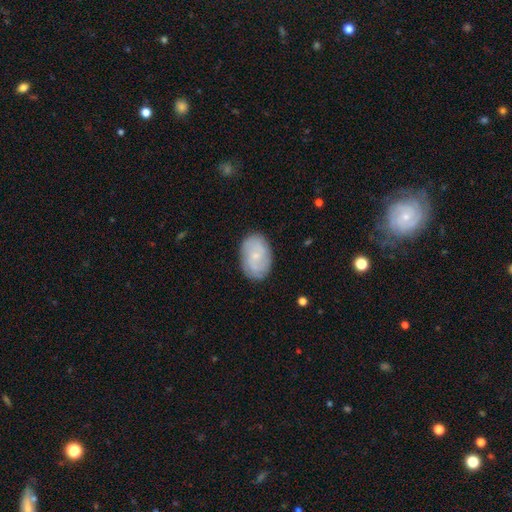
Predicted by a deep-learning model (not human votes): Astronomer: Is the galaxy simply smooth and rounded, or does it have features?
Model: featured or disk — 47% (runner-up: smooth, 45%).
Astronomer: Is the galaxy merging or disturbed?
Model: none — 83%.